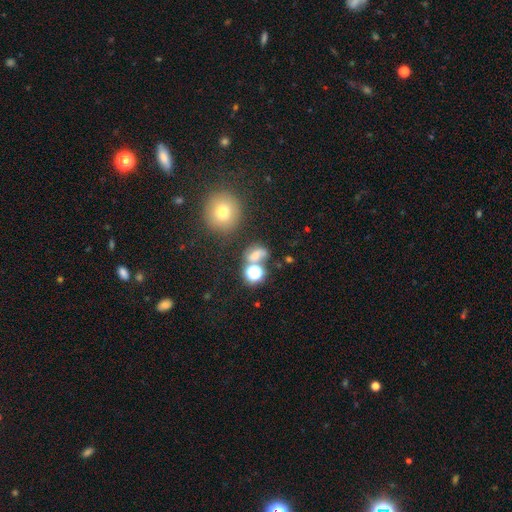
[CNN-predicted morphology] This appears to be a smooth galaxy with no disk features (55%) that is in between round and cigar-shaped (49%). Merging: none (47%).